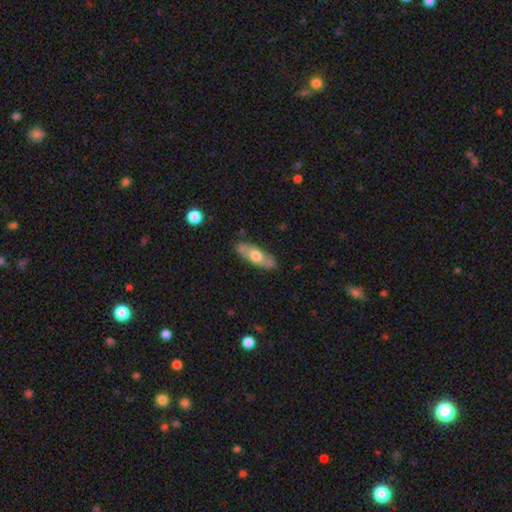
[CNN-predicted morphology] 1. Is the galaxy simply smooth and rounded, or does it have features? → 50% smooth, 44% featured or disk, 5% star or artifact.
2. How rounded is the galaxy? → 58% in between, 39% cigar-shaped, 3% round.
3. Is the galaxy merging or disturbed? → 84% none, 12% minor disturbance, 3% major disturbance, 1% merger.